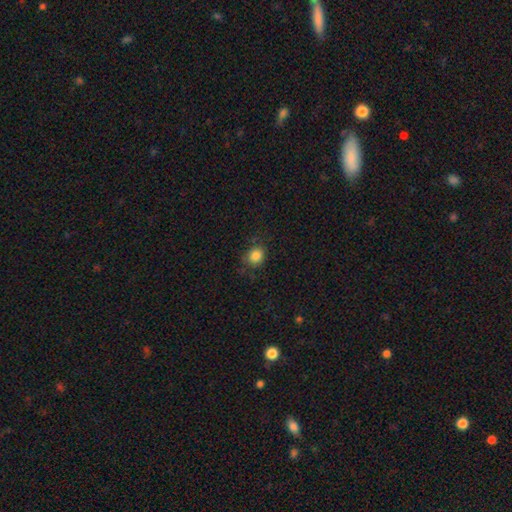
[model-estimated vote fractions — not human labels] This appears to be a smooth galaxy with no disk features (84%) that is round (72%). Merging: none (77%).